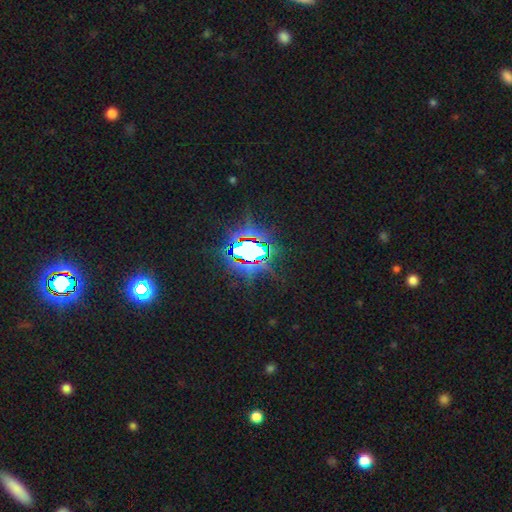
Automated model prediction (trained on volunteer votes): smooth_or_featured: star or artifact (p=0.76) [alt: smooth p=0.13]